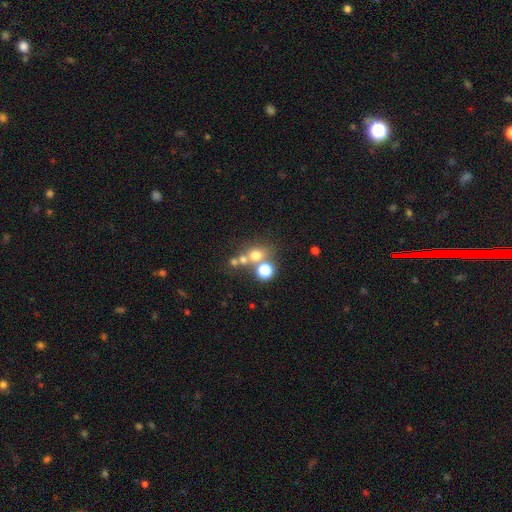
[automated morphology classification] This appears to be a smooth galaxy with no disk features (62%) that is round (77%). Merging: none (51%).